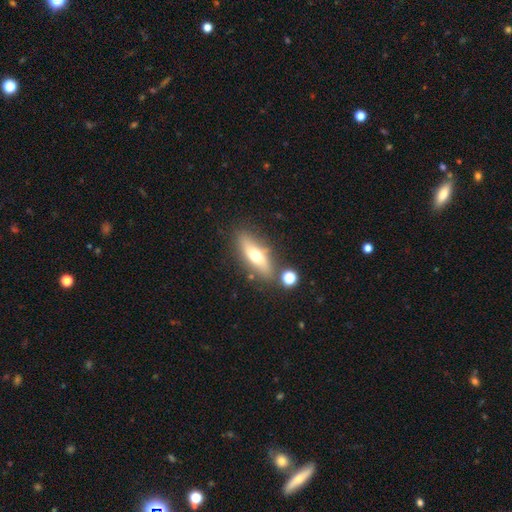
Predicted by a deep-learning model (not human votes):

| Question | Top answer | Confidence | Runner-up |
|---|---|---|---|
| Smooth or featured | smooth | 51% | featured or disk (41%) |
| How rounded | in between | 52% | cigar-shaped (44%) |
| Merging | none | 75% | minor disturbance (13%) |